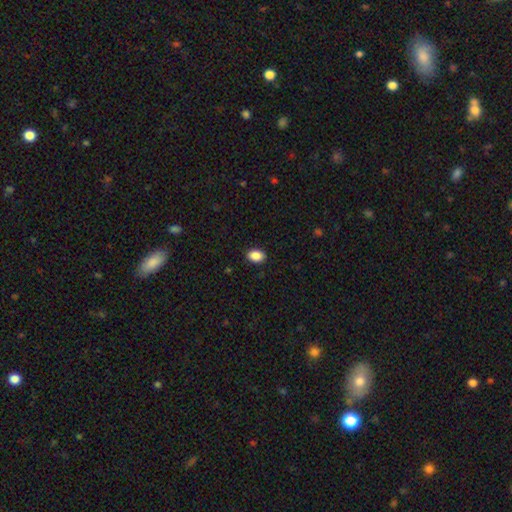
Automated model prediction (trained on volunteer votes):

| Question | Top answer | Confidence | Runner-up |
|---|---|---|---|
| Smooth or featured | smooth | 89% | star or artifact (8%) |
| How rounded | in between | 82% | round (17%) |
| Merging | none | 89% | minor disturbance (8%) |